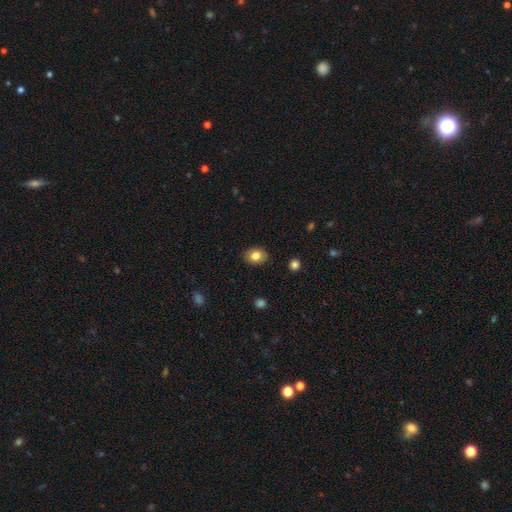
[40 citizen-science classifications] Smooth or featured? smooth (90%)
How rounded? in between (58%)
Merging? none (87%)